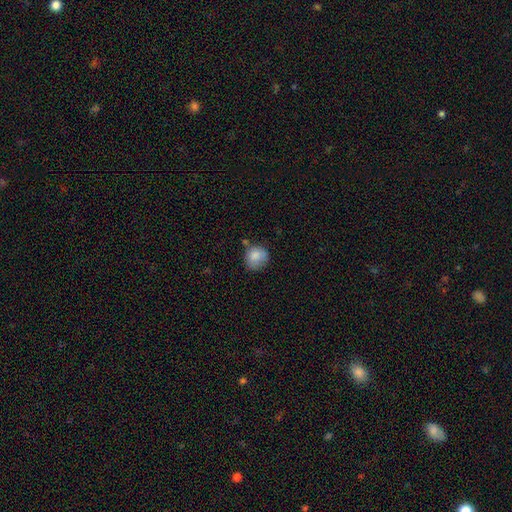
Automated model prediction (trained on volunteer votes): This is clearly a smooth galaxy (84%). How rounded: likely round (80%). Merging: possibly none (59%).